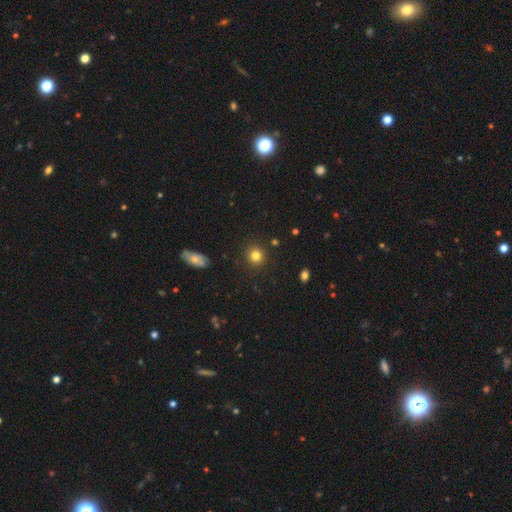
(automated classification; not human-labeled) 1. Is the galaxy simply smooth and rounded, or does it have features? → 82% smooth, 12% star or artifact, 6% featured or disk.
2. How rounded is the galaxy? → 90% round, 9% in between, 1% cigar-shaped.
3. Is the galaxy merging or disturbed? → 90% none, 6% minor disturbance, 2% major disturbance, 2% merger.